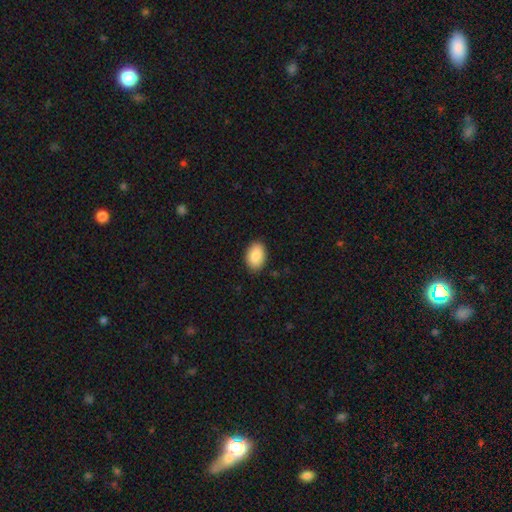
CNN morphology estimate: Smooth or featured? smooth (89%)
How rounded? in between (90%)
Merging? none (87%)